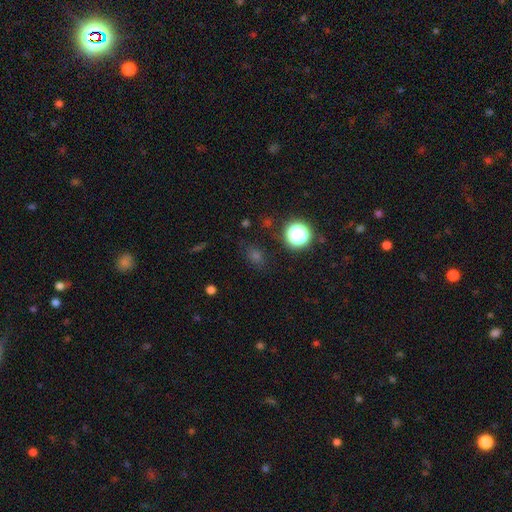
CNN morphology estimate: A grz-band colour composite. It shows a smooth galaxy with no disk features (52%) that is in between round and cigar-shaped (51%). Merging: none (80%).